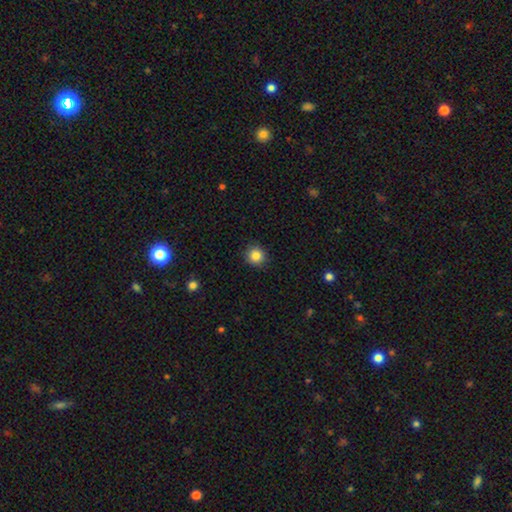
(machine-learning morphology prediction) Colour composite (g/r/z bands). It shows a smooth galaxy with no disk features (85%) that is round (93%). Merging: none (90%).